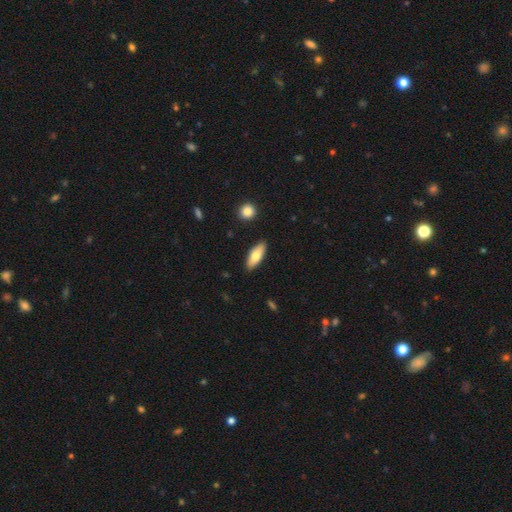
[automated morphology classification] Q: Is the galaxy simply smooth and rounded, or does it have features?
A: smooth — 74%.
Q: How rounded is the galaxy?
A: in between — 68%.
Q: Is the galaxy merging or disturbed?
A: none — 88%.